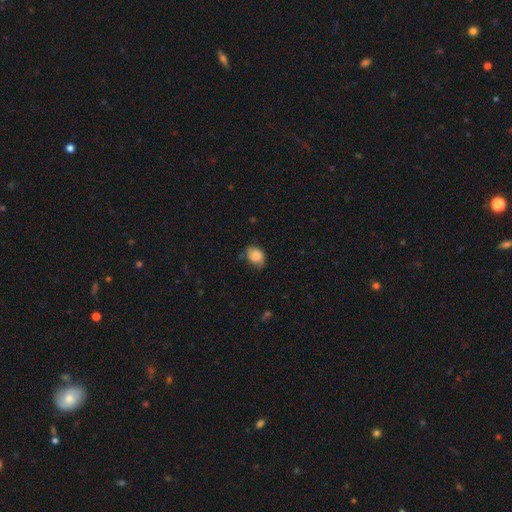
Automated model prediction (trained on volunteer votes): This is likely a smooth galaxy (76%). How rounded: likely in between (63%). Merging: possibly none (57%).